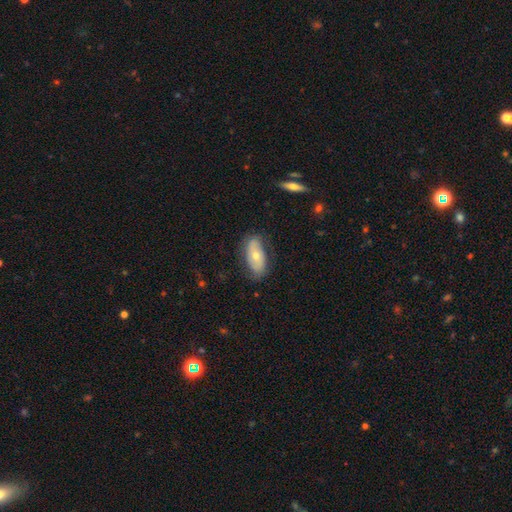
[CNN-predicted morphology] smooth-or-featured: smooth: 53% | featured or disk: 40% | star or artifact: 6%
  how-rounded: in between: 90% | cigar-shaped: 6% | round: 4%
  merging: none: 75% | minor disturbance: 19% | major disturbance: 5% | merger: 1%